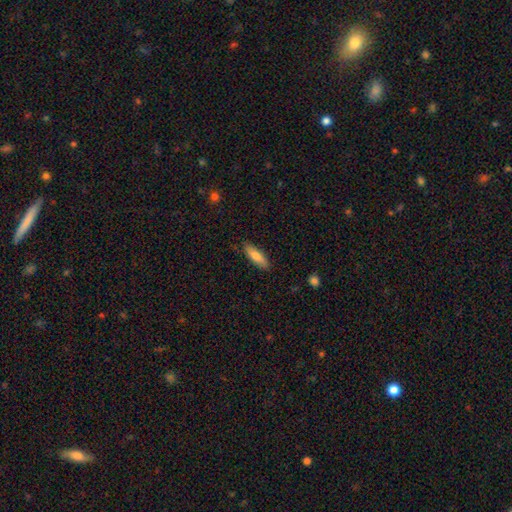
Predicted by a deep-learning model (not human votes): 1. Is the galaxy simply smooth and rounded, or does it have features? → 78% smooth, 16% featured or disk, 6% star or artifact.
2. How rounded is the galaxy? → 55% cigar-shaped, 43% in between, 2% round.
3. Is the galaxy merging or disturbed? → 87% none, 10% minor disturbance, 2% major disturbance, 1% merger.